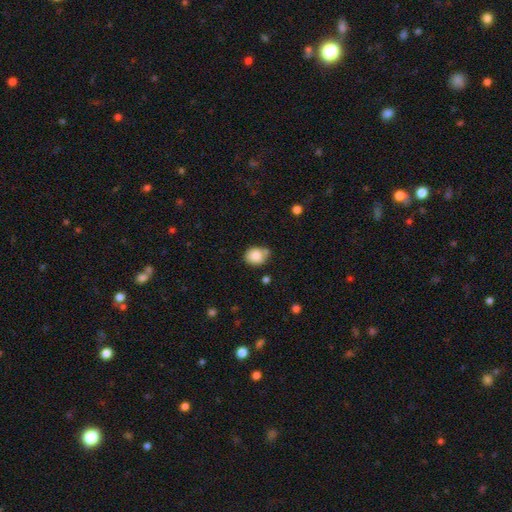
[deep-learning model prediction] Smooth or featured? Predicted: smooth (p=0.85). How rounded? Predicted: round (p=0.67). Merging? Predicted: none (p=0.61).